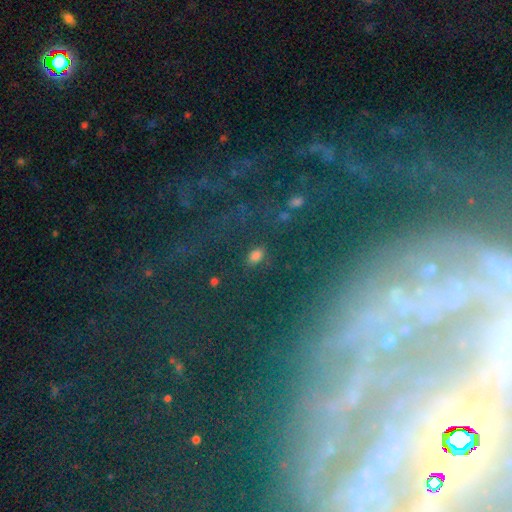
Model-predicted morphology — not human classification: The model was most divided on "smooth or featured": smooth: 70%, star or artifact: 23%, featured or disk: 7%. More confident: how rounded — in between (83%); merging — none (79%).